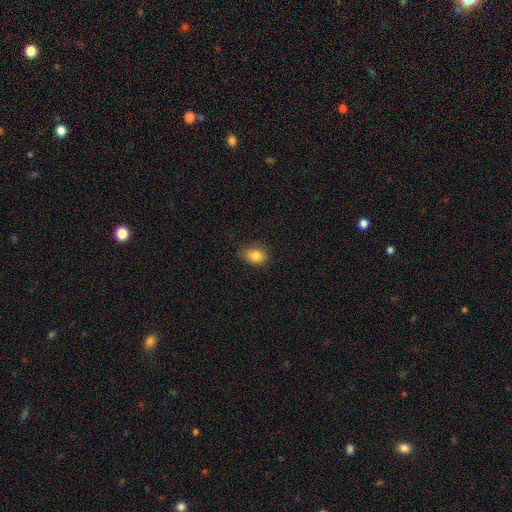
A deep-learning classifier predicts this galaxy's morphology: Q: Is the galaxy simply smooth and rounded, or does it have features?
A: smooth — 83%.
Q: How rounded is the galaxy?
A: in between — 60%.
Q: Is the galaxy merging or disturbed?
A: none — 71%.